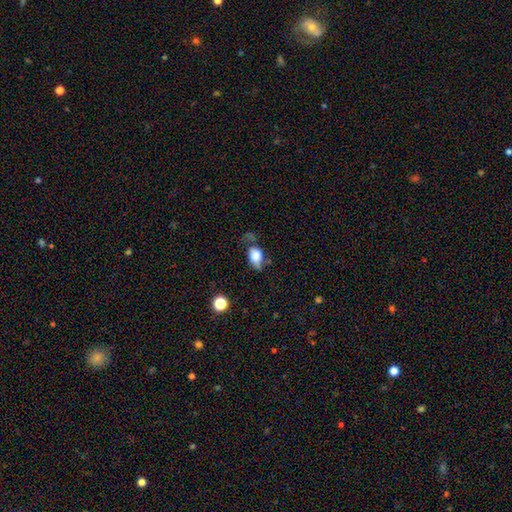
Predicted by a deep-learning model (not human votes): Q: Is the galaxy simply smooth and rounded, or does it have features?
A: smooth — 70%.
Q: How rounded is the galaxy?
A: in between — 79%.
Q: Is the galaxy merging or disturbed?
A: none — 34%.